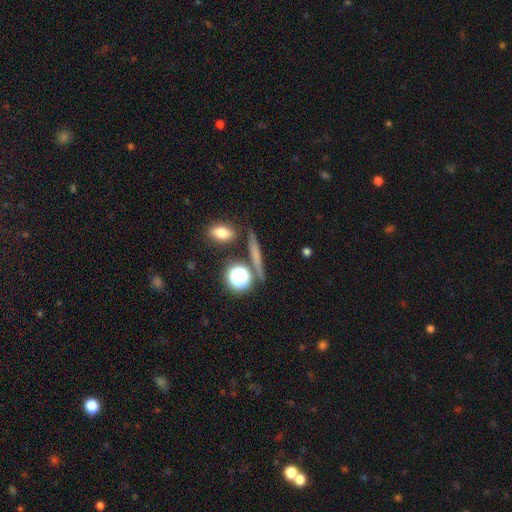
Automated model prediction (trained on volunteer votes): This is possibly a smooth galaxy (52%). How rounded: likely cigar-shaped (65%). Merging: clearly none (80%).